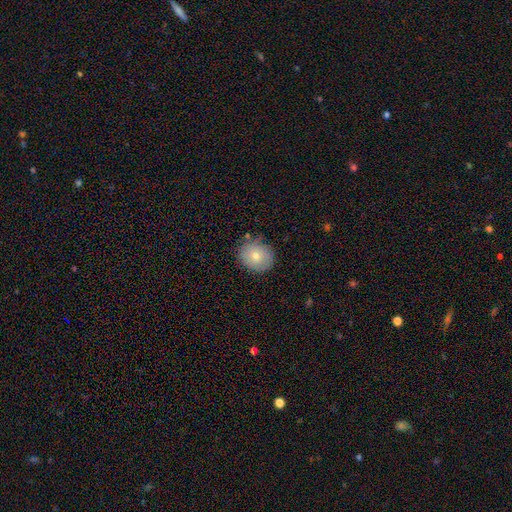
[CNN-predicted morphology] A smooth galaxy with no disk features (76%) that is round (74%).

Vote fractions:
- Smooth or featured? smooth: 76% / featured or disk: 16% / star or artifact: 8%
- How rounded? round: 74% / in between: 25% / cigar-shaped: 1%
- Merging? none: 80% / minor disturbance: 15% / major disturbance: 3% / merger: 2%